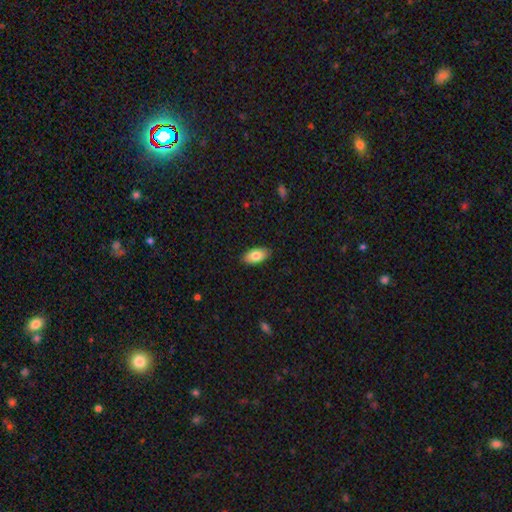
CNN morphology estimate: Smooth or featured: smooth — 82% (featured or disk — 12%)
How rounded: in between — 93% (cigar-shaped — 3%)
Merging: none — 88% (minor disturbance — 9%)